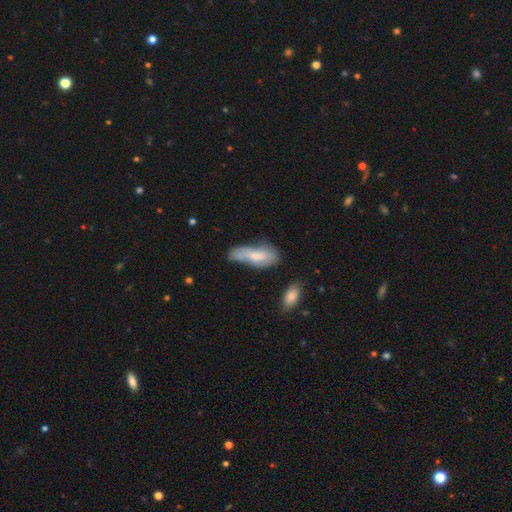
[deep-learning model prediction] Smooth or featured? smooth (64%)
How rounded? in between (63%)
Merging? none (38%)